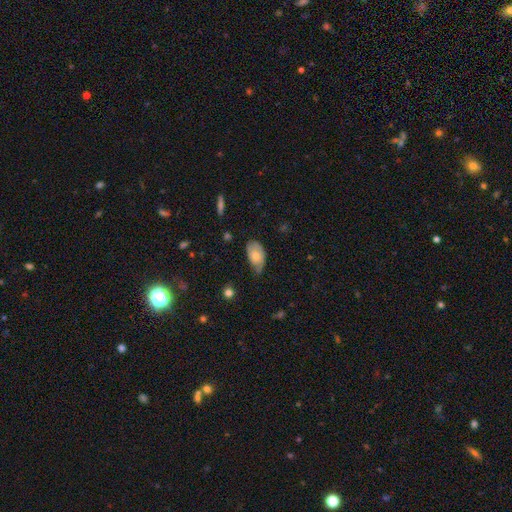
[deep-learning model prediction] A smooth galaxy with no disk features (58%) that is in between round and cigar-shaped (90%). Merging: minor disturbance (43%).